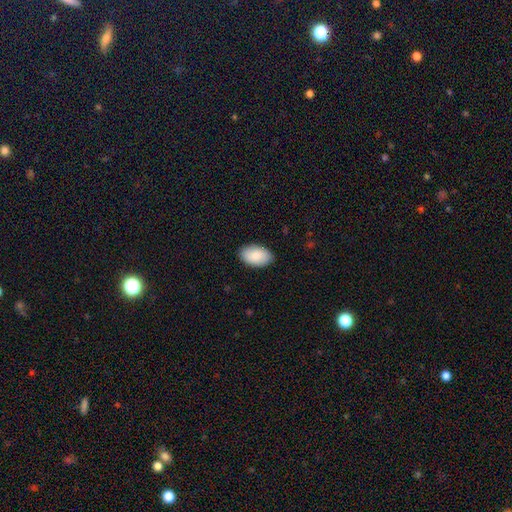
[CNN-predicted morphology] Smooth or featured: smooth — 85% (featured or disk — 9%)
How rounded: in between — 93% (round — 6%)
Merging: none — 87% (minor disturbance — 10%)